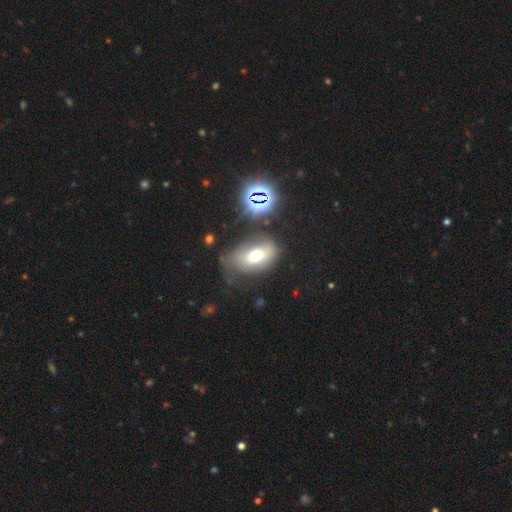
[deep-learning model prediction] smooth_or_featured: smooth (p=0.60) [alt: featured or disk p=0.24]
how_rounded: in between (p=0.83) [alt: round p=0.15]
merging: none (p=0.47) [alt: minor disturbance p=0.29]